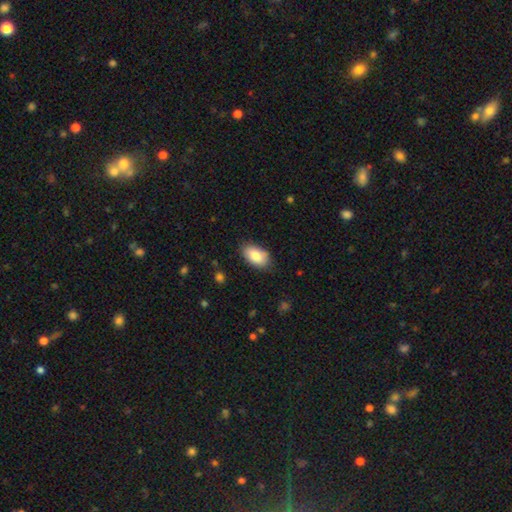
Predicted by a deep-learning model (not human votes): Smooth or featured?
  - smooth: 84% *
  - featured or disk: 10%
  - star or artifact: 6%
How rounded?
  - in between: 94% *
  - round: 5%
  - cigar-shaped: 2%
Merging?
  - none: 81% *
  - minor disturbance: 15%
  - major disturbance: 3%
  - merger: 1%